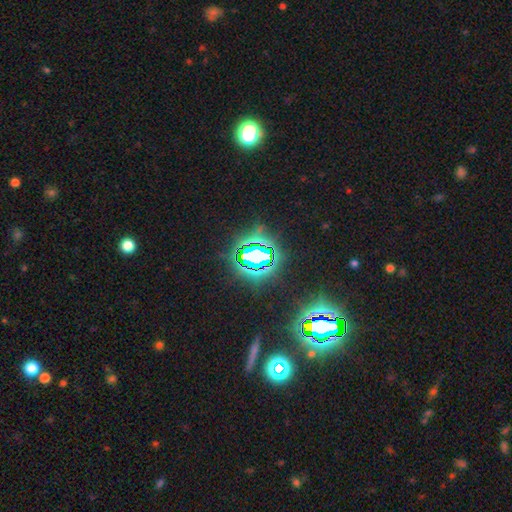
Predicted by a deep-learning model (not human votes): Smooth or featured? Predicted: star or artifact (p=0.78).